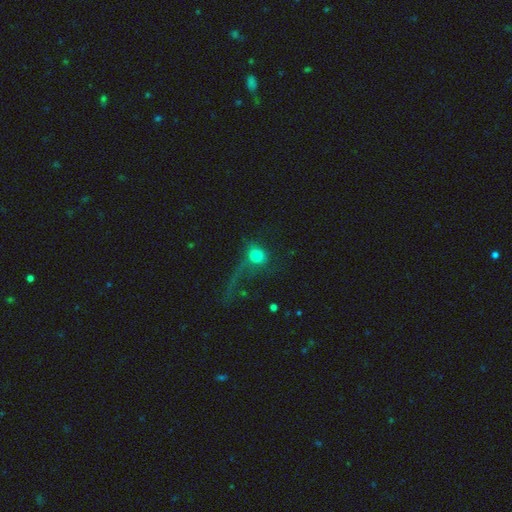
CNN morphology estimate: smooth_or_featured: smooth (p=0.64) [alt: featured or disk p=0.22]
how_rounded: round (p=0.66) [alt: in between p=0.31]
merging: major disturbance (p=0.54) [alt: none p=0.25]